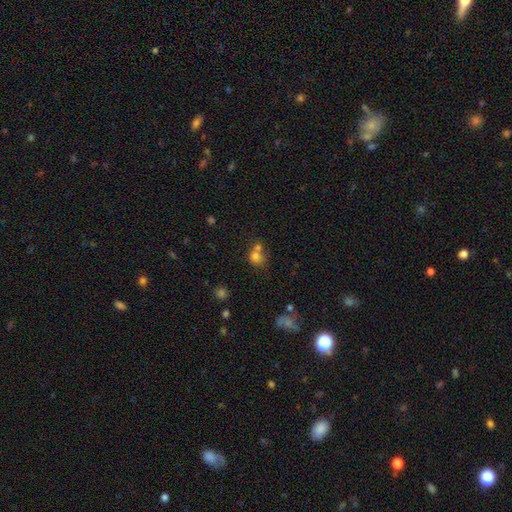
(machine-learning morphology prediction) Smooth or featured: smooth — 73% (star or artifact — 15%)
How rounded: round — 72% (in between — 27%)
Merging: merger — 46% (none — 39%)